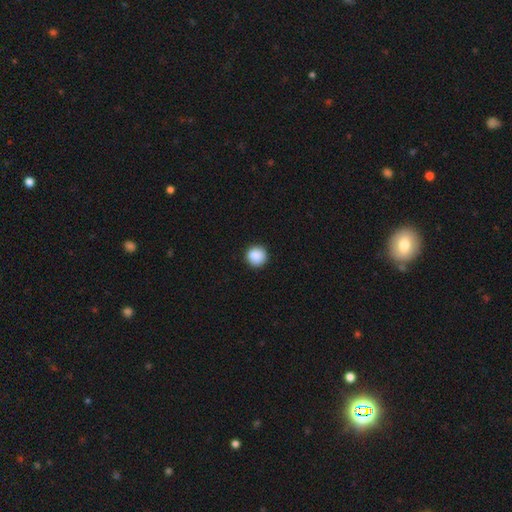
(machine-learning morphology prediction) Q: Smooth or featured?
A: smooth (89%); runner-up: star or artifact (8%)
Q: How rounded?
A: round (95%); runner-up: in between (4%)
Q: Merging?
A: none (92%); runner-up: minor disturbance (6%)